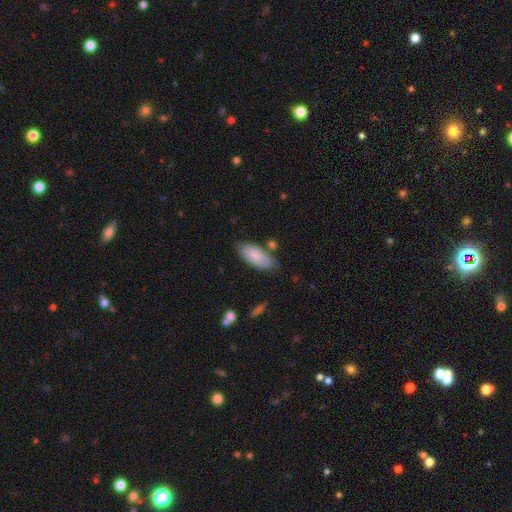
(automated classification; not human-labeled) This is clearly a smooth galaxy (83%). How rounded: clearly in between (89%). Merging: likely none (74%).